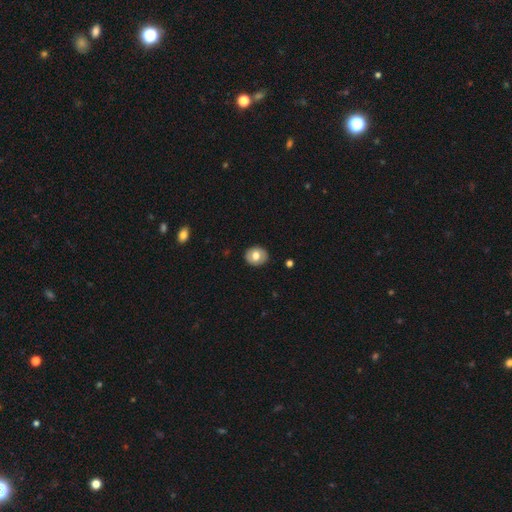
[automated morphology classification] smooth_or_featured: smooth (p=0.67) [alt: featured or disk p=0.25]
how_rounded: round (p=0.64) [alt: in between p=0.35]
merging: none (p=0.88) [alt: minor disturbance p=0.09]